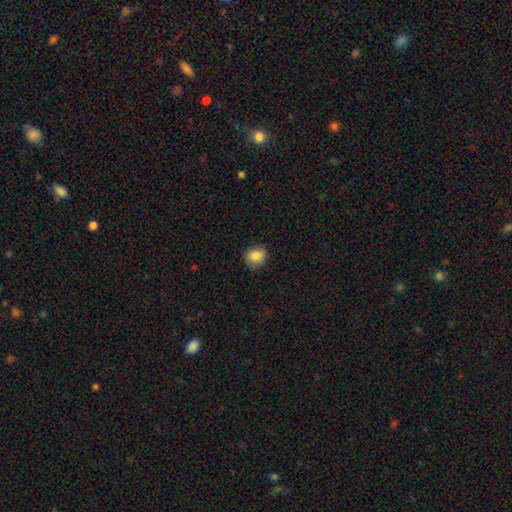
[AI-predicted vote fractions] Overall: smooth (86%). How rounded: round (73%). Merging: none (86%).